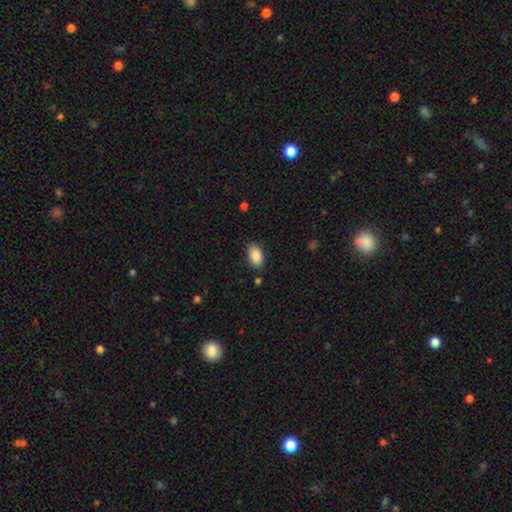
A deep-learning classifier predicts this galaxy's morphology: The model was most divided on "merging": none: 85%, minor disturbance: 11%, major disturbance: 3%, merger: 2%. More confident: how rounded — in between (93%); smooth or featured — smooth (89%).